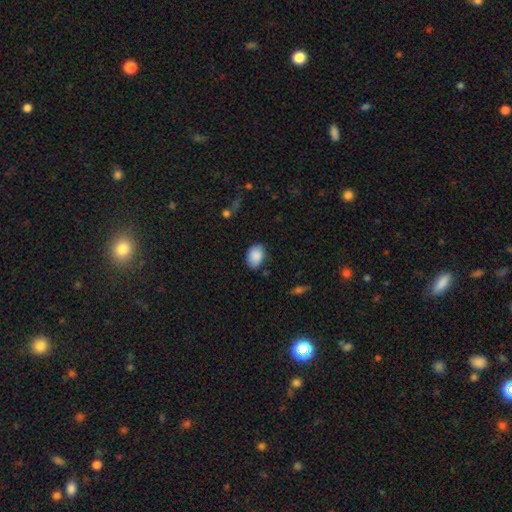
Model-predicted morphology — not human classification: Smooth or featured?
  - smooth: 89% *
  - star or artifact: 7%
  - featured or disk: 4%
How rounded?
  - in between: 82% *
  - round: 17%
  - cigar-shaped: 1%
Merging?
  - none: 74% *
  - minor disturbance: 20%
  - major disturbance: 4%
  - merger: 2%